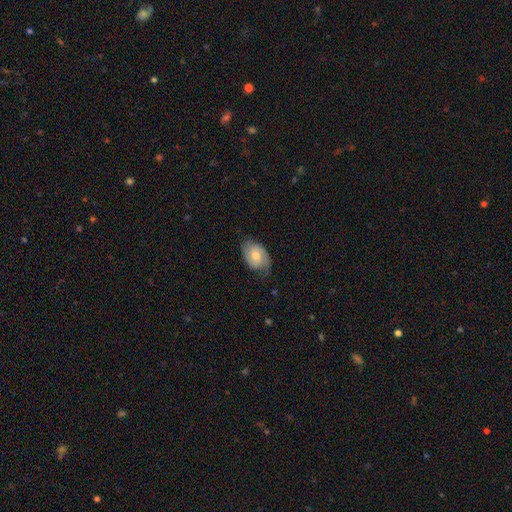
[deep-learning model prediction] Q: Smooth or featured?
A: featured or disk (52%); runner-up: smooth (42%)
Q: Edge-on disk?
A: no (95%); runner-up: yes (5%)
Q: Merging?
A: none (67%); runner-up: minor disturbance (25%)